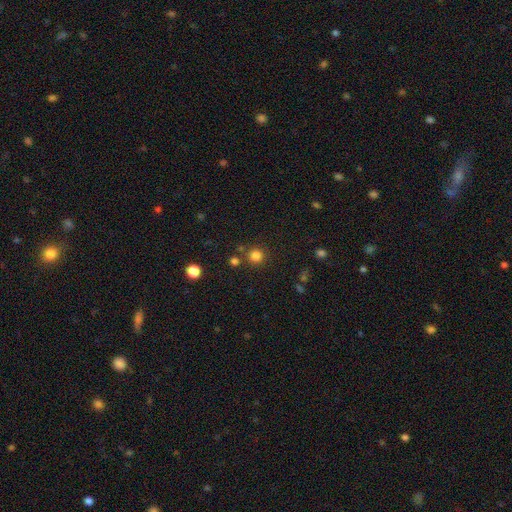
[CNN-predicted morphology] type=smooth (81%); roundness=round (93%); merging=none (81%).